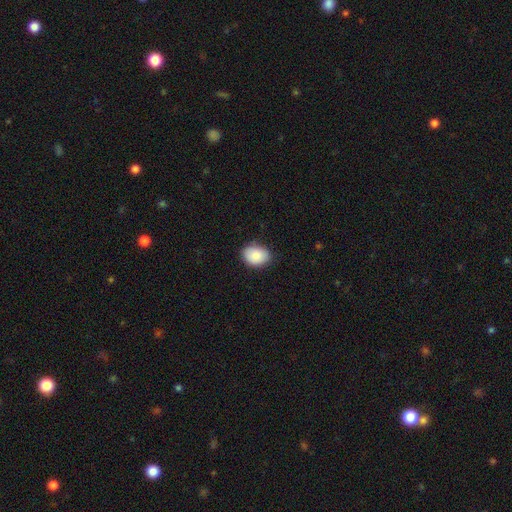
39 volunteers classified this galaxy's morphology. Q: Smooth or featured?
A: smooth (90%); runner-up: featured or disk (8%)
Q: How rounded?
A: in between (71%); runner-up: round (29%)
Q: Merging?
A: none (76%); runner-up: minor disturbance (21%)